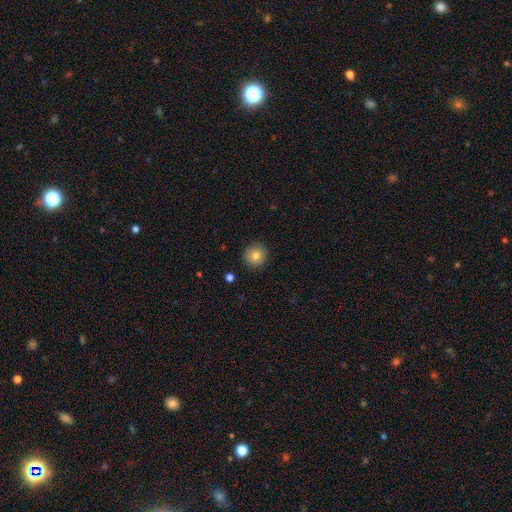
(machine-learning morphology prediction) Smooth or featured? smooth (80%)
How rounded? round (94%)
Merging? none (91%)